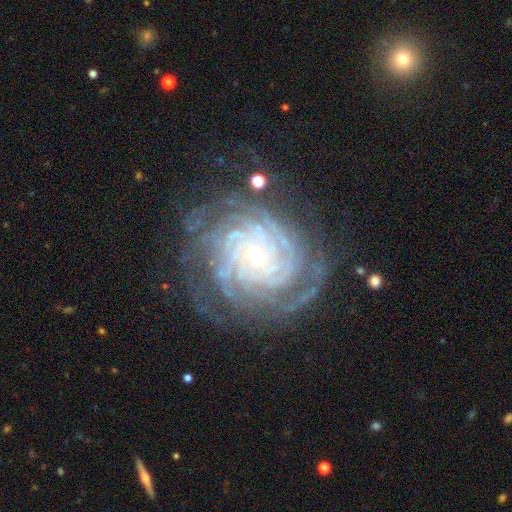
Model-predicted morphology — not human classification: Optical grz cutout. It shows a featured or disk galaxy (90%) with no bar (75%), more than 4 (33%) tight (83%) spiral arms (98%) and a small central bulge (78%). Merging: none (75%).